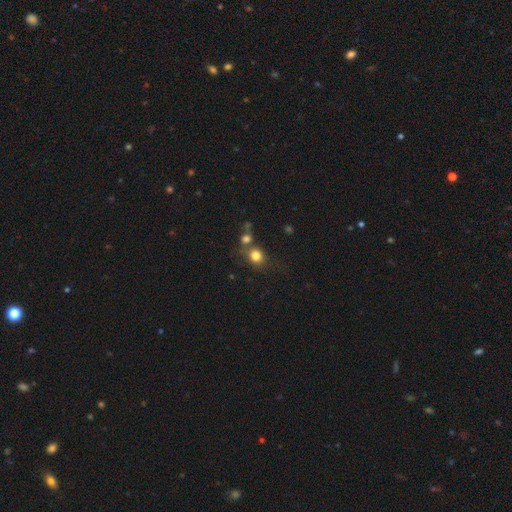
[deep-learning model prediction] Smooth or featured? smooth (79%)
How rounded? round (78%)
Merging? none (56%)